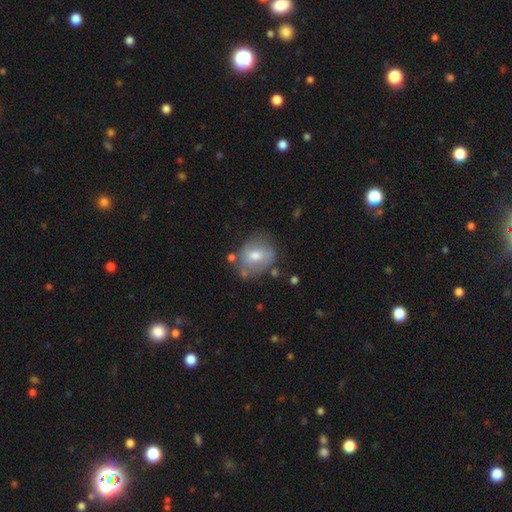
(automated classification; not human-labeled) A smooth galaxy with no disk features (60%) that is round (55%).

Vote fractions:
- Smooth or featured? smooth: 60% / featured or disk: 31% / star or artifact: 8%
- How rounded? round: 55% / in between: 44% / cigar-shaped: 1%
- Merging? none: 61% / minor disturbance: 24% / major disturbance: 8% / merger: 7%